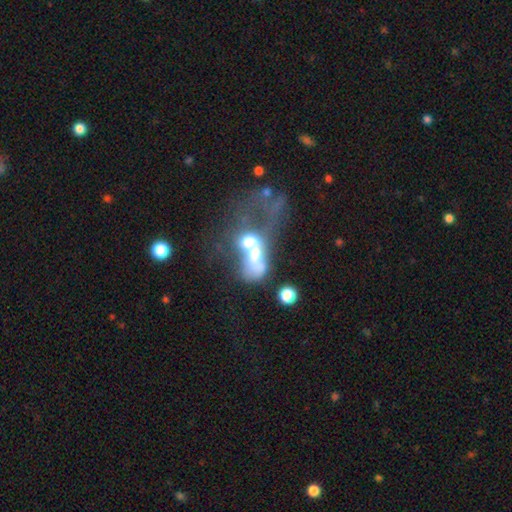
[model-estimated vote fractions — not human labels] Smooth or featured? Predicted: smooth (p=0.46). Merging? Predicted: merger (p=0.61).